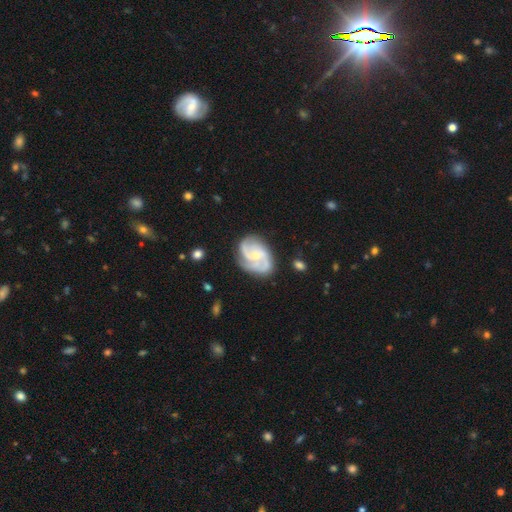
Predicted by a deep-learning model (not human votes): Q: Smooth or featured?
A: featured or disk (86%); runner-up: smooth (9%)
Q: Edge-on disk?
A: no (98%); runner-up: yes (2%)
Q: Bar?
A: no (63%); runner-up: weak (31%)
Q: Spiral arms?
A: yes (97%); runner-up: no (3%)
Q: Spiral winding?
A: medium (49%); runner-up: tight (37%)
Q: Spiral arm count?
A: 3 (47%); runner-up: 2 (31%)
Q: Bulge size?
A: small (61%); runner-up: moderate (34%)
Q: Merging?
A: none (71%); runner-up: minor disturbance (20%)